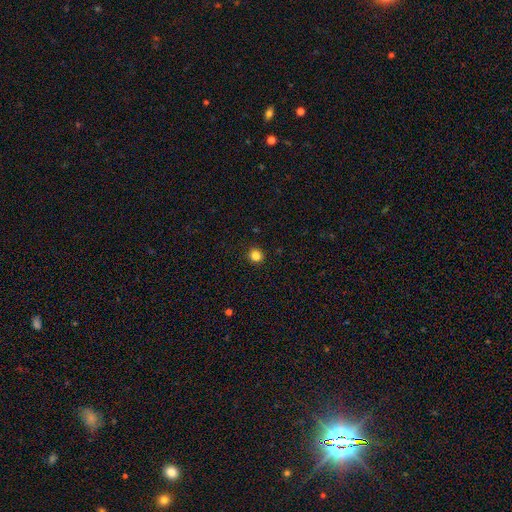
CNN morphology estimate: Smooth or featured? Predicted: smooth (p=0.84). How rounded? Predicted: round (p=0.90). Merging? Predicted: none (p=0.92).